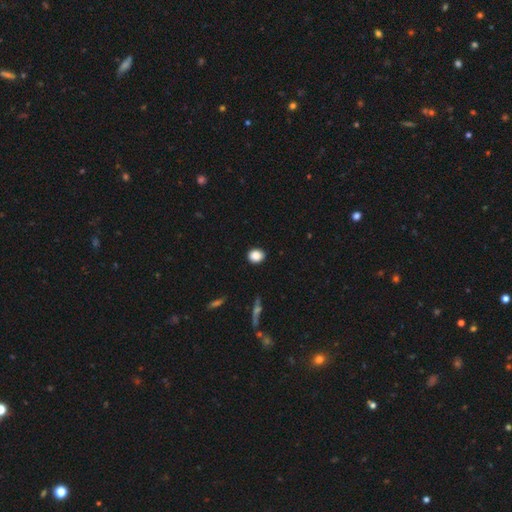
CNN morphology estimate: Smooth or featured? smooth (87%)
How rounded? round (69%)
Merging? none (90%)